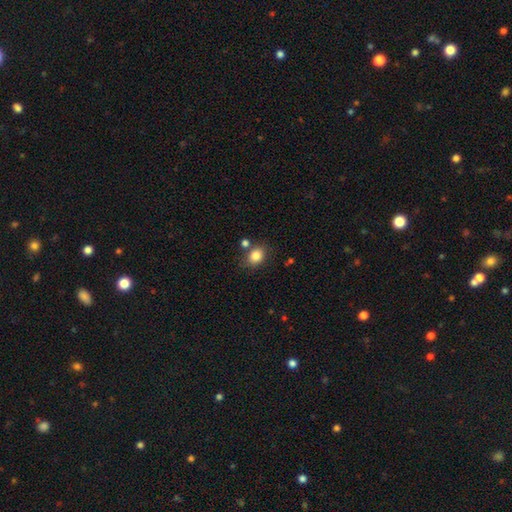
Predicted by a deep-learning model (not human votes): Morphology: type=smooth (83%); roundness=in between (50%); merging=none (71%).